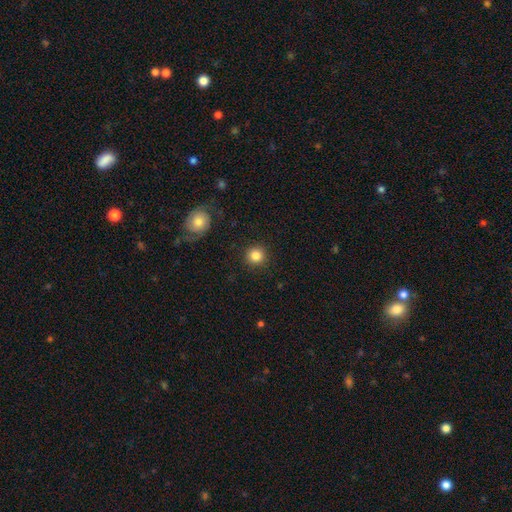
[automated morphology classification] A smooth galaxy with no disk features (85%) that is round (93%). Merging: none (90%).